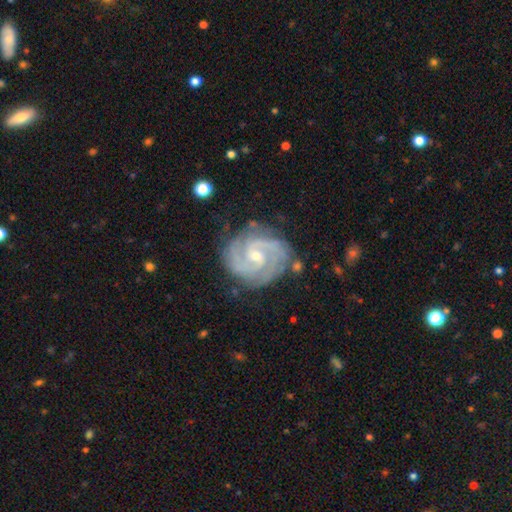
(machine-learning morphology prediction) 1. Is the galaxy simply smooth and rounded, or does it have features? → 92% featured or disk, 4% star or artifact, 4% smooth.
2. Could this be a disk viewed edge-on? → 98% no, 2% yes.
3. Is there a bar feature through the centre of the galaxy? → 45% weak, 44% no, 11% strong.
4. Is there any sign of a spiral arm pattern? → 98% yes, 2% no.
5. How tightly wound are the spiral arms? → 58% tight, 37% medium, 5% loose.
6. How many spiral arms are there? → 62% 2, 21% 3, 7% can't tell, 5% 4, 3% 1, 3% more than 4.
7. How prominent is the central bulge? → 58% small, 39% moderate, 1% none, 1% large, 1% dominant.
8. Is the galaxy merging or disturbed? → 76% none, 17% minor disturbance, 5% major disturbance, 2% merger.